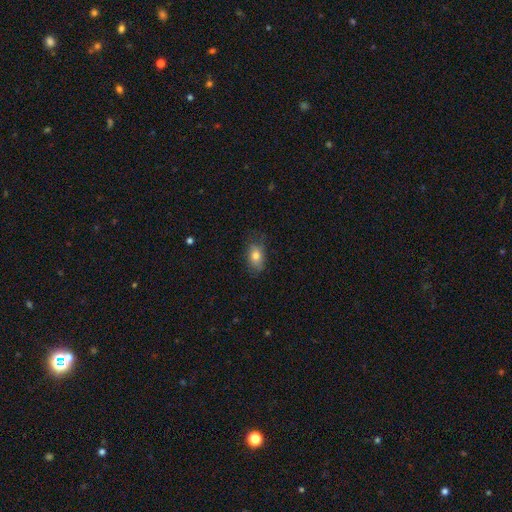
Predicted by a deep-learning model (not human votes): smooth-or-featured: smooth: 78% | featured or disk: 13% | star or artifact: 9%
  how-rounded: in between: 84% | round: 14% | cigar-shaped: 2%
  merging: none: 69% | minor disturbance: 23% | major disturbance: 7% | merger: 1%